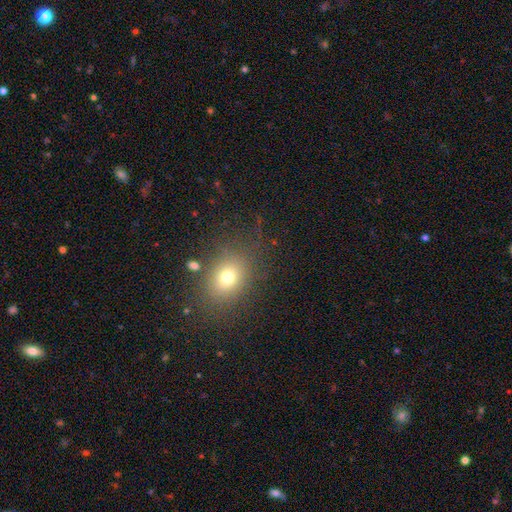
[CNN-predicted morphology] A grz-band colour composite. It shows a smooth galaxy with no disk features (67%) that is in between round and cigar-shaped (54%). Merging: none (86%).